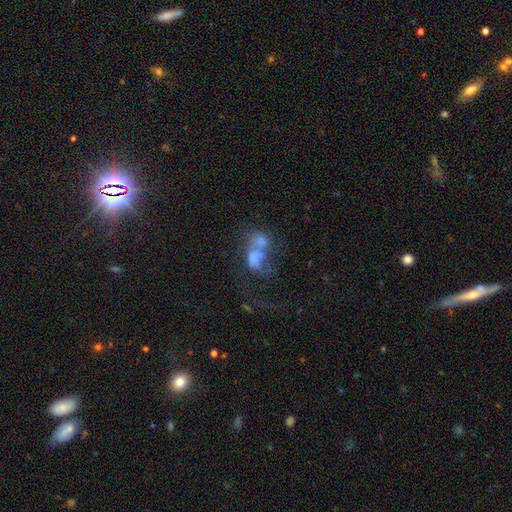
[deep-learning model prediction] Q: Smooth or featured?
A: featured or disk (45%); runner-up: smooth (39%)
Q: Merging?
A: merger (56%); runner-up: major disturbance (22%)